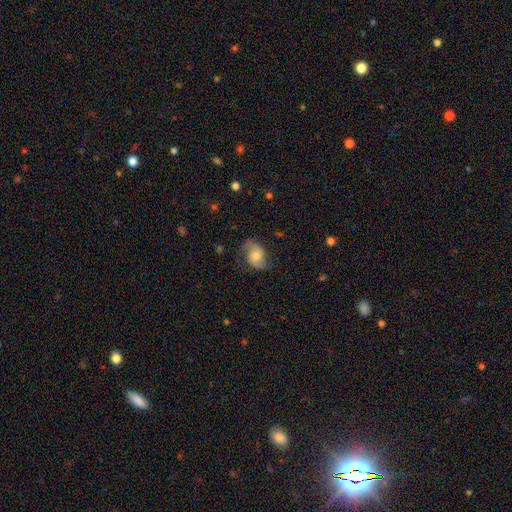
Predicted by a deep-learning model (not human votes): The model was most divided on "spiral winding": loose: 49%, medium: 38%, tight: 13%. More confident: edge-on disk — no (97%); spiral arms — yes (91%); spiral arm count — 2 (87%); merging — none (67%); smooth or featured — featured or disk (62%); bar — no (62%); bulge size — moderate (53%).